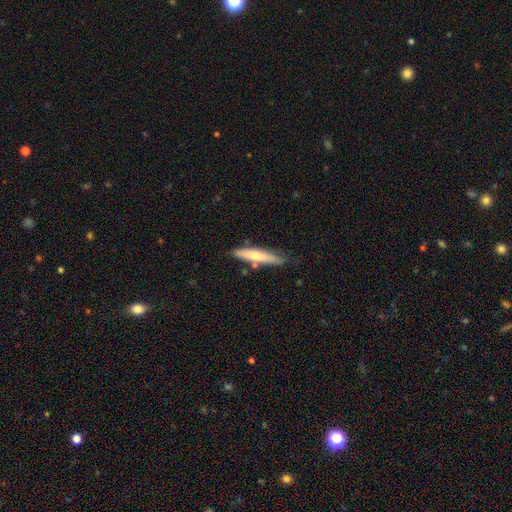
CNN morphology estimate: Overall: smooth (59%; featured or disk 35%). How rounded: cigar-shaped (86%). Merging: none (73%).